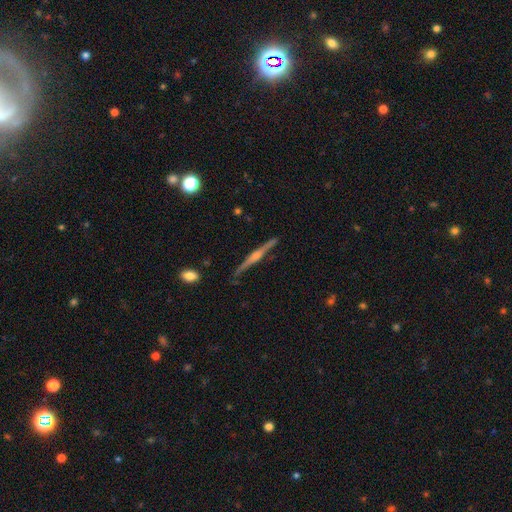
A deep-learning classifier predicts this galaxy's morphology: This appears to be a featured or disk galaxy (70%) viewed edge-on (94%) with a rounded central bulge (74%). Merging: none (80%).